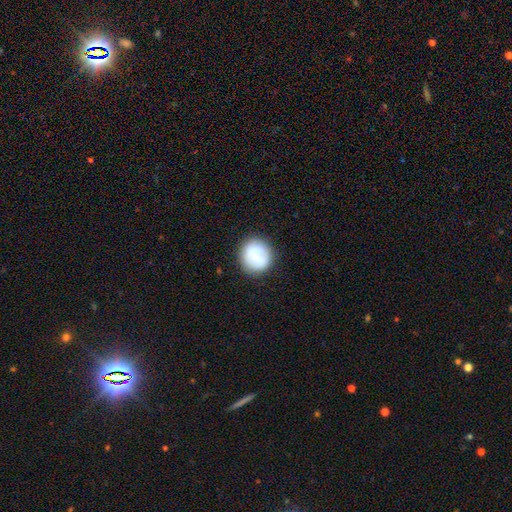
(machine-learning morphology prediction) This appears to be a smooth galaxy with no disk features (75%) that is round (89%). Merging: none (84%).